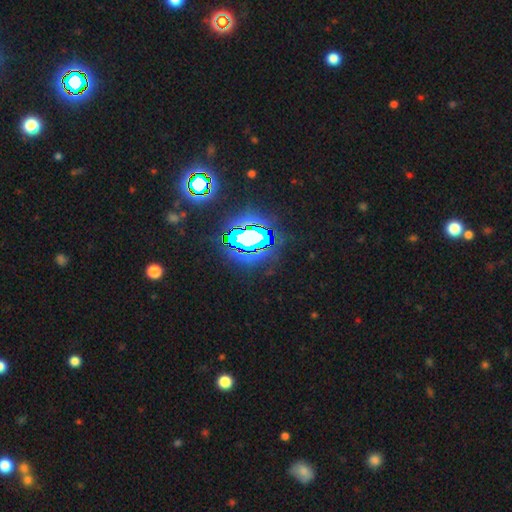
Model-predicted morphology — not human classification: Q: Smooth or featured?
A: star or artifact (82%); runner-up: smooth (12%)